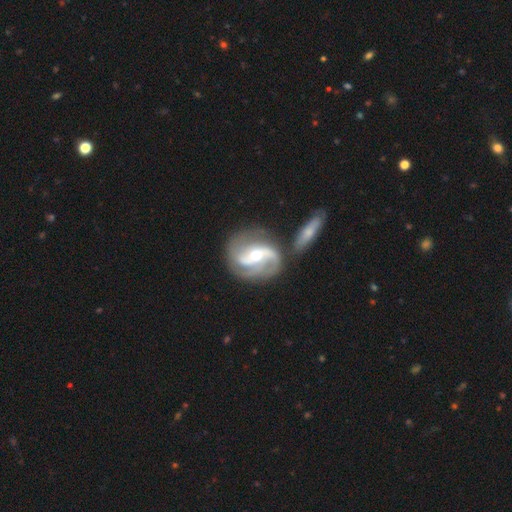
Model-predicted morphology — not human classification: Q: Smooth or featured?
A: featured or disk (87%); runner-up: smooth (8%)
Q: Edge-on disk?
A: no (97%); runner-up: yes (3%)
Q: Bar?
A: weak (37%); runner-up: no (34%)
Q: Spiral arms?
A: yes (97%); runner-up: no (3%)
Q: Spiral winding?
A: medium (49%); runner-up: loose (31%)
Q: Spiral arm count?
A: 2 (58%); runner-up: 3 (26%)
Q: Bulge size?
A: moderate (57%); runner-up: small (38%)
Q: Merging?
A: none (59%); runner-up: merger (16%)